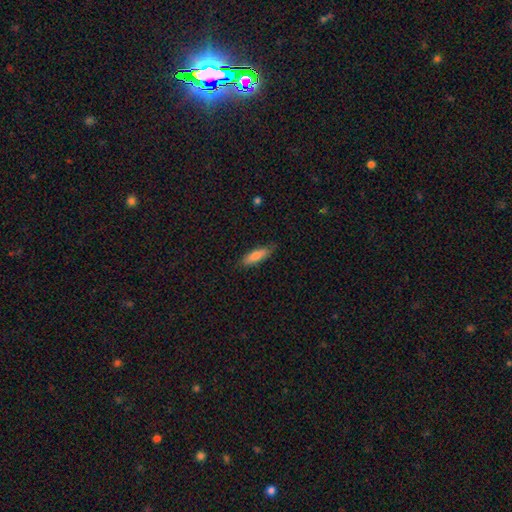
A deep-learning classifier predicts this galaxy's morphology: A smooth galaxy with no disk features (80%) that is cigar-shaped (54%).

Vote fractions:
- Smooth or featured? smooth: 80% / featured or disk: 14% / star or artifact: 6%
- How rounded? cigar-shaped: 54% / in between: 44% / round: 2%
- Merging? none: 82% / minor disturbance: 14% / major disturbance: 3% / merger: 1%